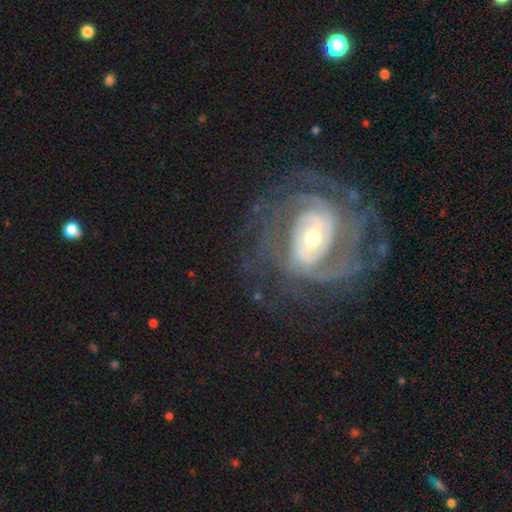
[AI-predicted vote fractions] Q: Smooth or featured?
A: featured or disk (88%); runner-up: star or artifact (7%)
Q: Edge-on disk?
A: no (97%); runner-up: yes (3%)
Q: Bar?
A: no (36%); runner-up: weak (35%)
Q: Spiral arms?
A: yes (95%); runner-up: no (5%)
Q: Spiral winding?
A: tight (63%); runner-up: medium (29%)
Q: Spiral arm count?
A: can't tell (27%); tied with: 2 (27%)
Q: Bulge size?
A: moderate (46%); runner-up: small (45%)
Q: Merging?
A: none (72%); runner-up: minor disturbance (14%)